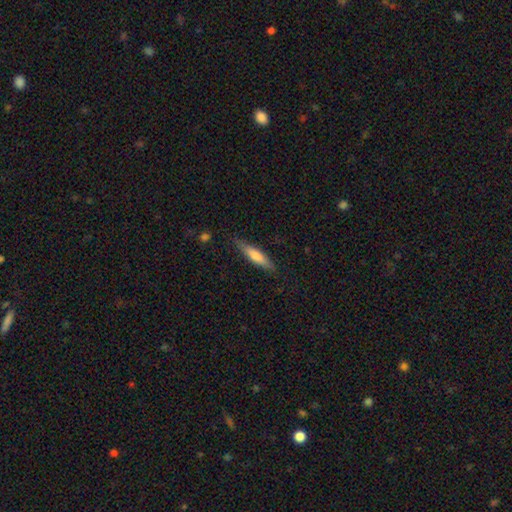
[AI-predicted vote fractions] Smooth or featured: smooth — 63% (featured or disk — 31%)
How rounded: cigar-shaped — 81% (in between — 18%)
Merging: none — 84% (minor disturbance — 13%)